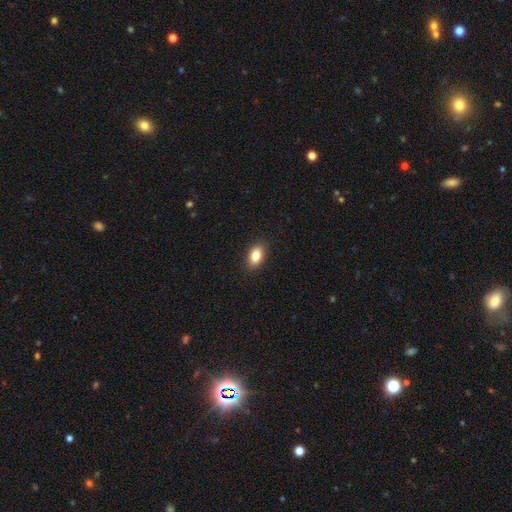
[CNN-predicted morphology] type=smooth (83%); roundness=in between (88%); merging=none (89%).